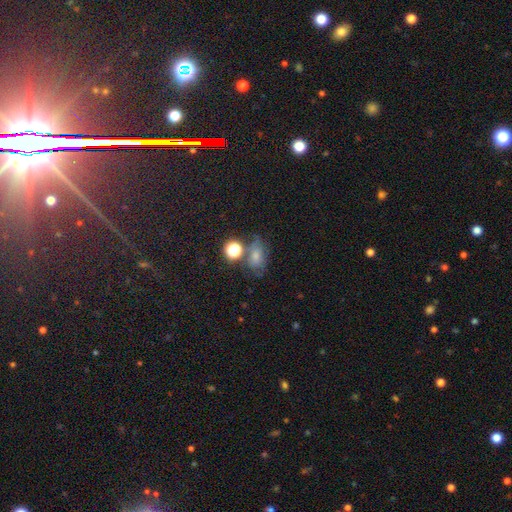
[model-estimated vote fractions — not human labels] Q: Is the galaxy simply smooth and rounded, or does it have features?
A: smooth — 61%.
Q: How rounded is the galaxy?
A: in between — 69%.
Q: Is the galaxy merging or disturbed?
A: none — 45%.